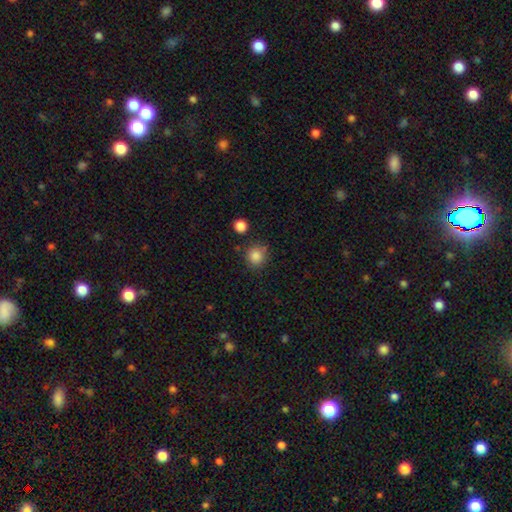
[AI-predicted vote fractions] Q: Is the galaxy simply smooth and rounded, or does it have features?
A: smooth — 85%.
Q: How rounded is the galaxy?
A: round — 89%.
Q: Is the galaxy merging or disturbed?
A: none — 78%.